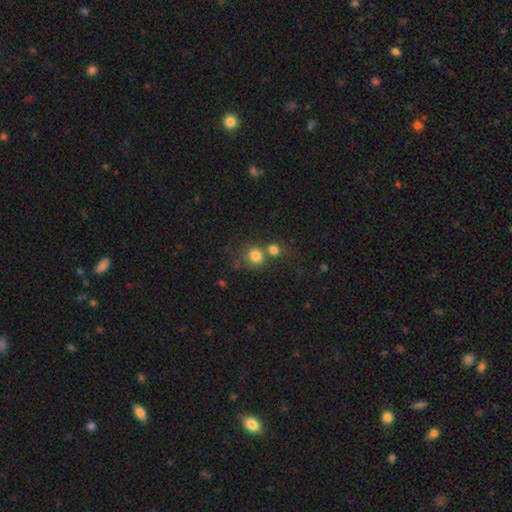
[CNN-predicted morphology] Smooth or featured? smooth (80%)
How rounded? round (82%)
Merging? none (53%)